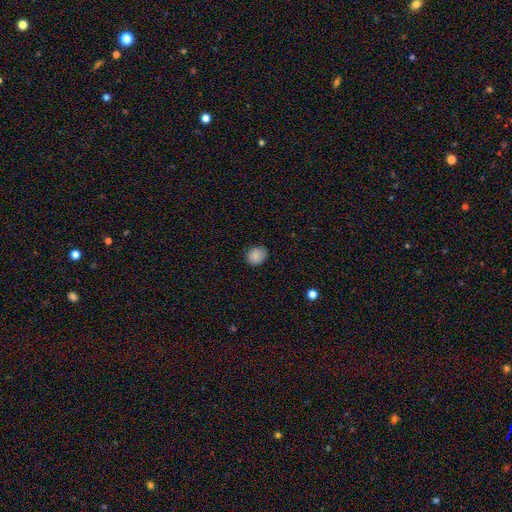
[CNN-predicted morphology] Smooth or featured?
  - smooth: 87% *
  - star or artifact: 9%
  - featured or disk: 4%
How rounded?
  - round: 67% *
  - in between: 32%
  - cigar-shaped: 1%
Merging?
  - none: 82% *
  - minor disturbance: 15%
  - major disturbance: 3%
  - merger: 1%